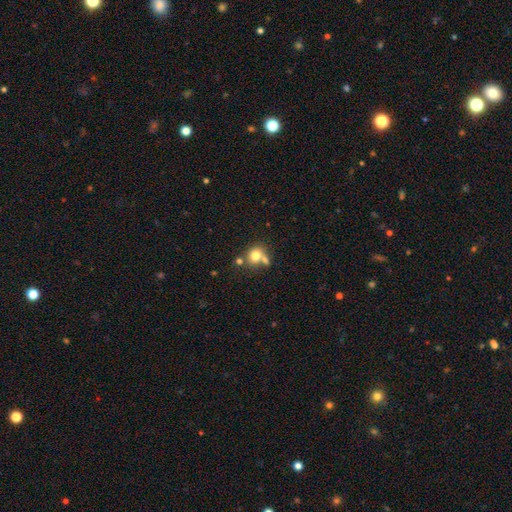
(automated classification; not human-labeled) This is likely a smooth galaxy (76%). How rounded: likely round (68%). Merging: possibly none (46%).